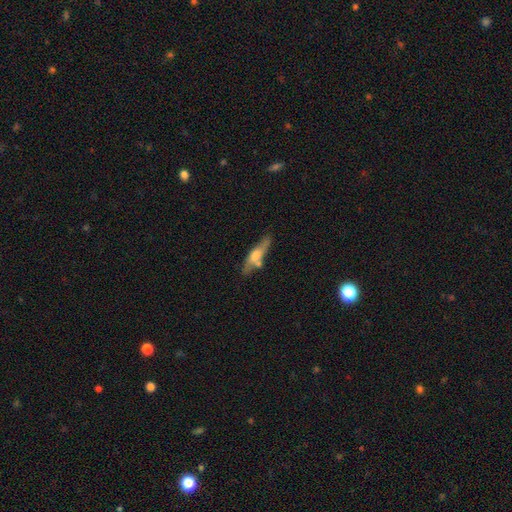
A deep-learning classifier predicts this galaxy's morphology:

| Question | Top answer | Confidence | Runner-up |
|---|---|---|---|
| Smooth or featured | featured or disk | 47% | smooth (46%) |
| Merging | none | 63% | minor disturbance (18%) |